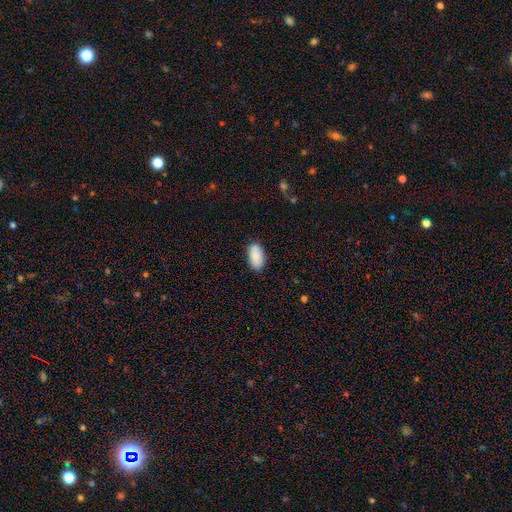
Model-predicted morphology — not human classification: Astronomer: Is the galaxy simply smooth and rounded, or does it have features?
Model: smooth — 89%.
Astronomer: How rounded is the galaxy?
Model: in between — 94%.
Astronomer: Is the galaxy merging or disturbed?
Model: none — 86%.